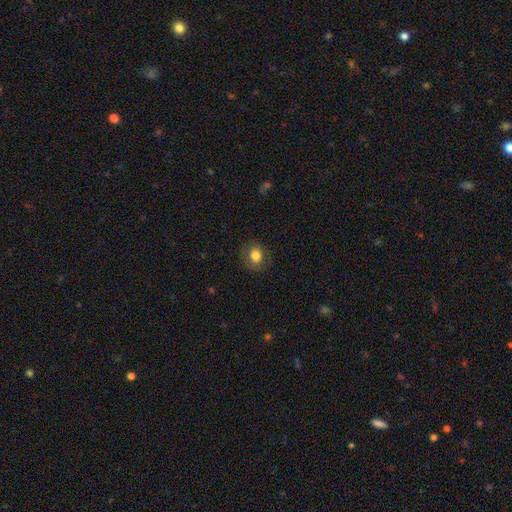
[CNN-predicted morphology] Smooth or featured? Predicted: smooth (p=0.81). How rounded? Predicted: round (p=0.63). Merging? Predicted: none (p=0.83).